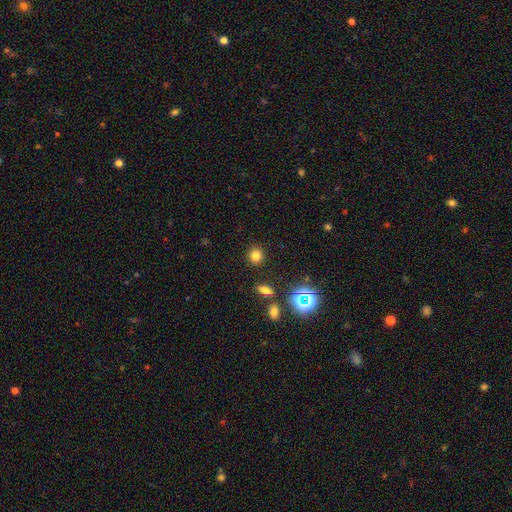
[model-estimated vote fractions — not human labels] This is likely a smooth galaxy (77%). How rounded: clearly round (87%). Merging: clearly none (89%).